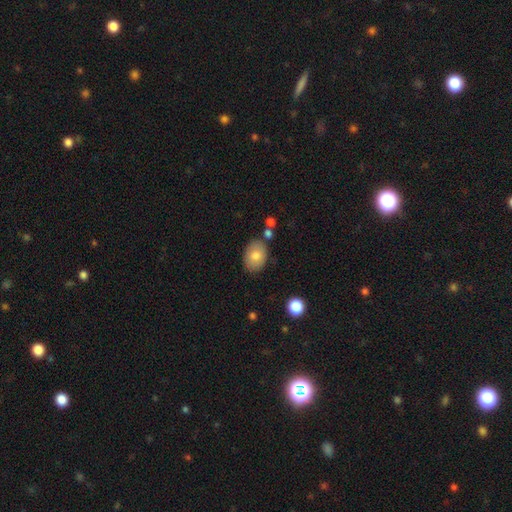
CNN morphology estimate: Overall: smooth (78%). How rounded: in between (77%). Merging: none (78%).